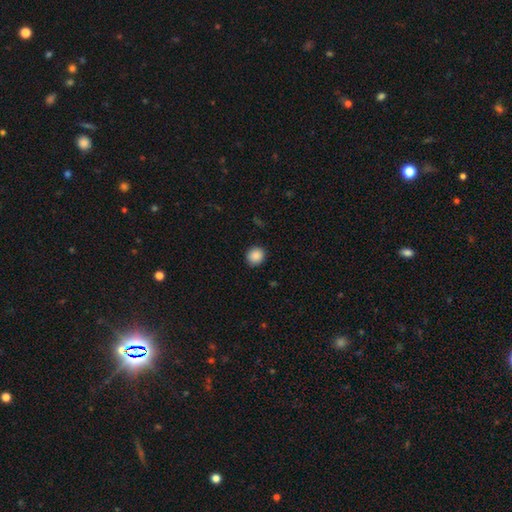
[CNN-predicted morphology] smooth_or_featured: smooth (p=0.88) [alt: star or artifact p=0.09]
how_rounded: round (p=0.84) [alt: in between p=0.15]
merging: none (p=0.91) [alt: minor disturbance p=0.06]